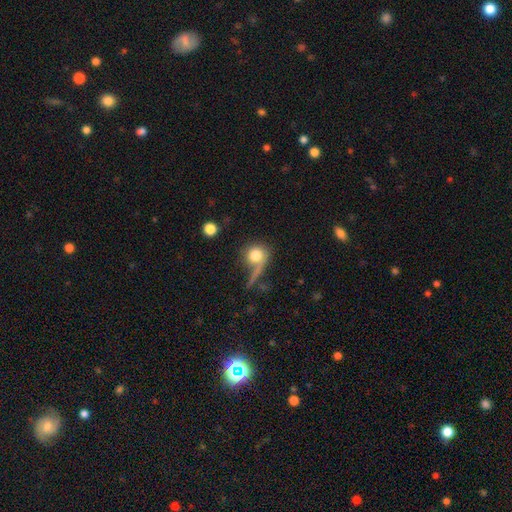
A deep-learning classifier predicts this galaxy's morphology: type=smooth (75%); roundness=round (84%); merging=none (47%).